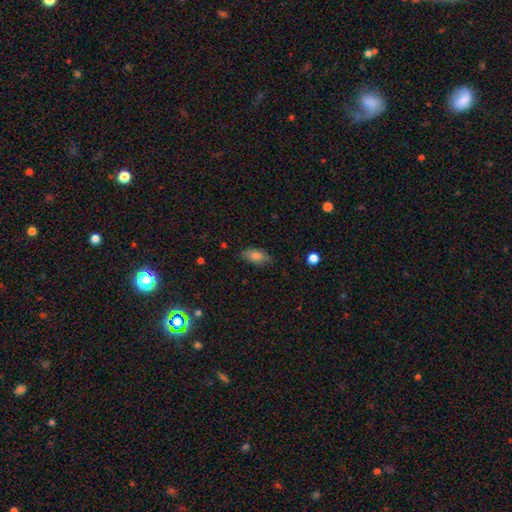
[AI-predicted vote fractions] The model was most divided on "smooth or featured": smooth: 77%, featured or disk: 14%, star or artifact: 9%. More confident: how rounded — in between (85%); merging — none (81%).